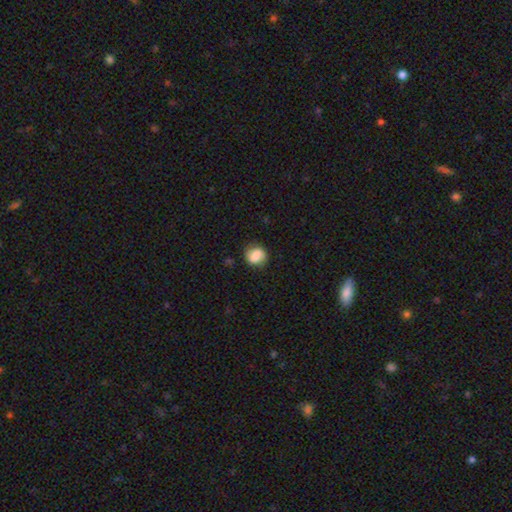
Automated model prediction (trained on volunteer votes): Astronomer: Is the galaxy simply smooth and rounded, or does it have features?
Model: smooth — 78%.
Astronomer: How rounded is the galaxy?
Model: round — 72%.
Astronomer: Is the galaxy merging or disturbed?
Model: none — 76%.